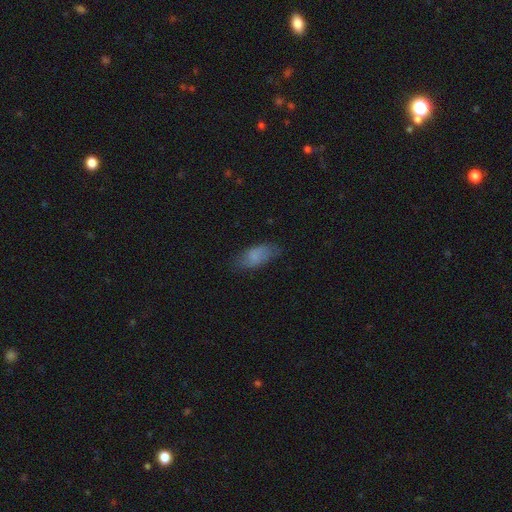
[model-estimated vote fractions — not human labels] Smooth or featured? smooth (77%)
How rounded? in between (85%)
Merging? none (71%)